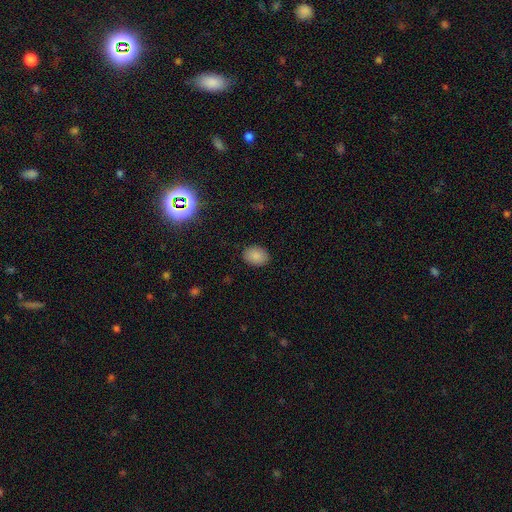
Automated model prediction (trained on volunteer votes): Morphology: type=smooth (86%); roundness=in between (69%); merging=none (88%).